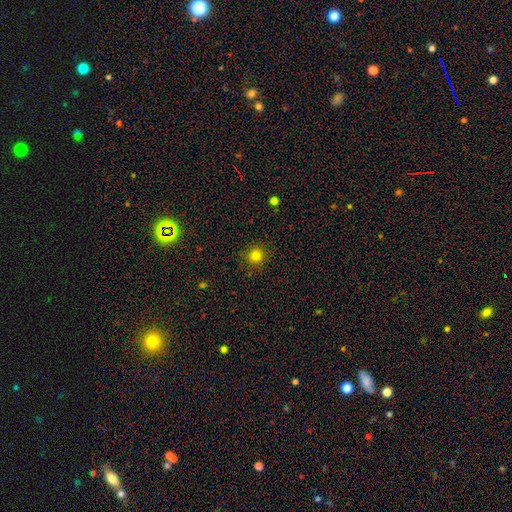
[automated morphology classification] This is clearly a smooth galaxy (81%). How rounded: clearly round (94%). Merging: clearly none (91%).